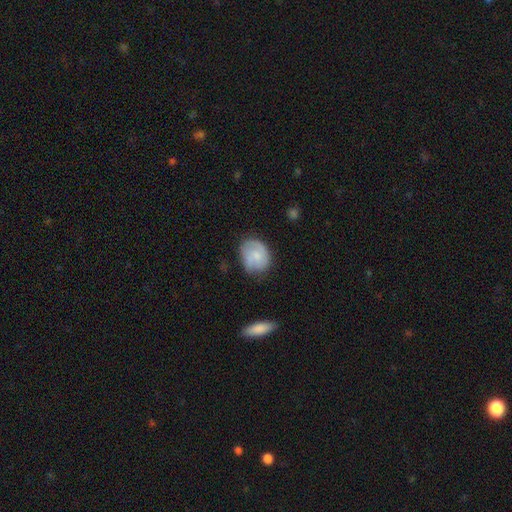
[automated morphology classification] A smooth galaxy with no disk features (62%) that is round (61%).

Vote fractions:
- Smooth or featured? smooth: 62% / featured or disk: 31% / star or artifact: 7%
- How rounded? round: 61% / in between: 38% / cigar-shaped: 1%
- Merging? none: 64% / minor disturbance: 26% / major disturbance: 8% / merger: 2%